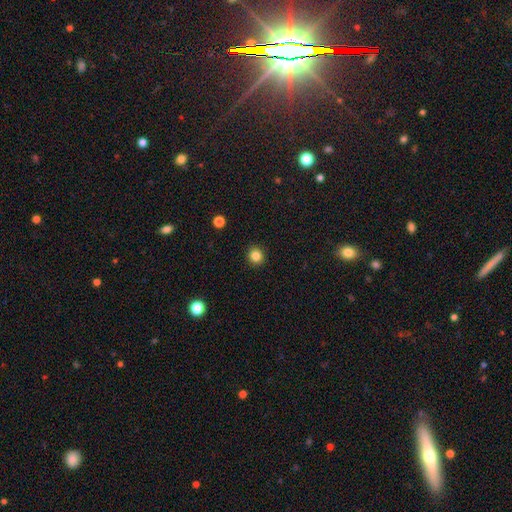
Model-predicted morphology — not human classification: smooth_or_featured: smooth (p=0.84) [alt: star or artifact p=0.12]
how_rounded: round (p=0.90) [alt: in between p=0.09]
merging: none (p=0.93) [alt: minor disturbance p=0.05]